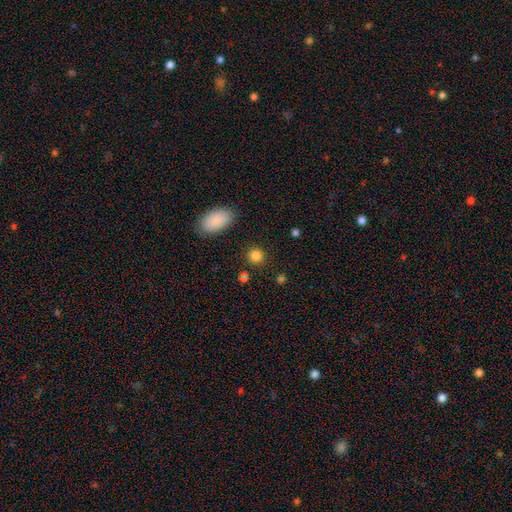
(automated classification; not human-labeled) smooth 84%, star or artifact 12%, featured or disk 5%. Down the decision tree: how rounded — round (88%); merging — none (87%).